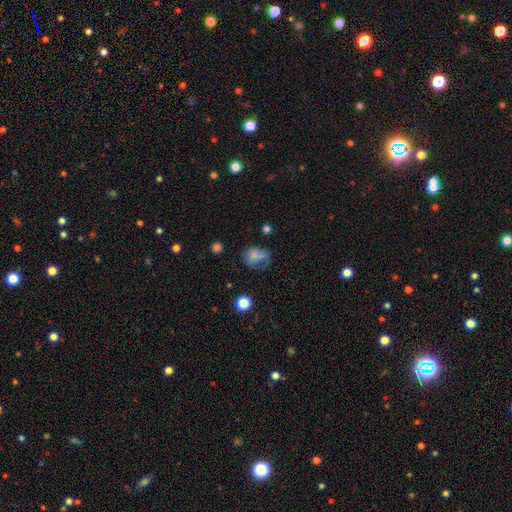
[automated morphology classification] Smooth or featured? Predicted: smooth (p=0.69). How rounded? Predicted: in between (p=0.52). Merging? Predicted: none (p=0.35).